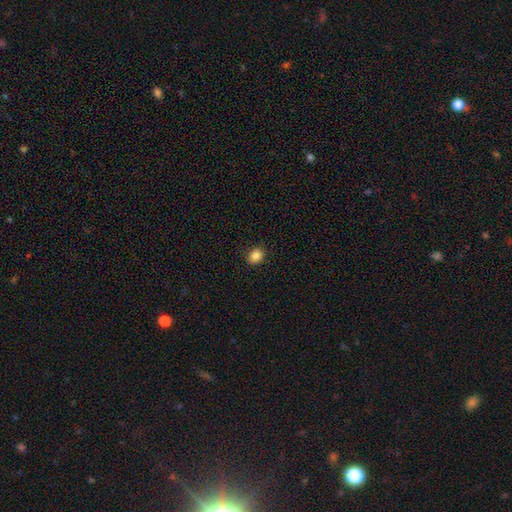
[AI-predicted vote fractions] Smooth or featured? Predicted: smooth (p=0.86). How rounded? Predicted: round (p=0.50). Merging? Predicted: none (p=0.88).